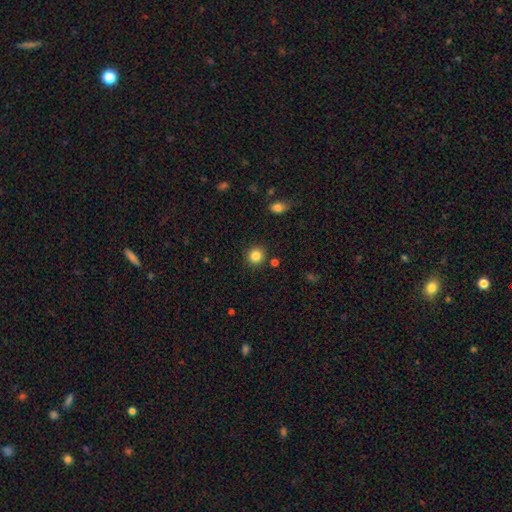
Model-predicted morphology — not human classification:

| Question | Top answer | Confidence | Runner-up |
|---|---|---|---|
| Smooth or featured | smooth | 85% | star or artifact (11%) |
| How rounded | round | 90% | in between (9%) |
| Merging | none | 88% | minor disturbance (7%) |